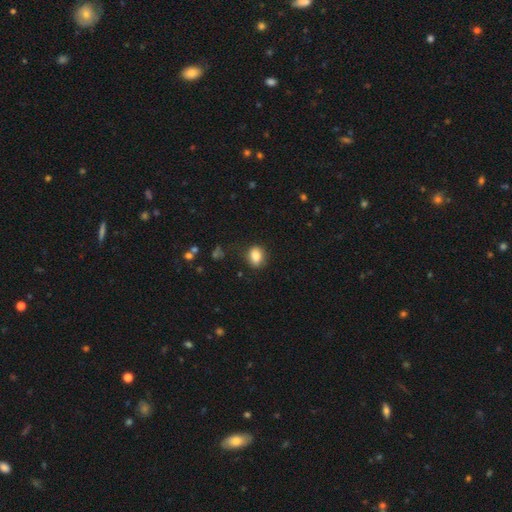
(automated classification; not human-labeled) This is clearly a smooth galaxy (84%). How rounded: possibly in between (60%). Merging: clearly none (81%).